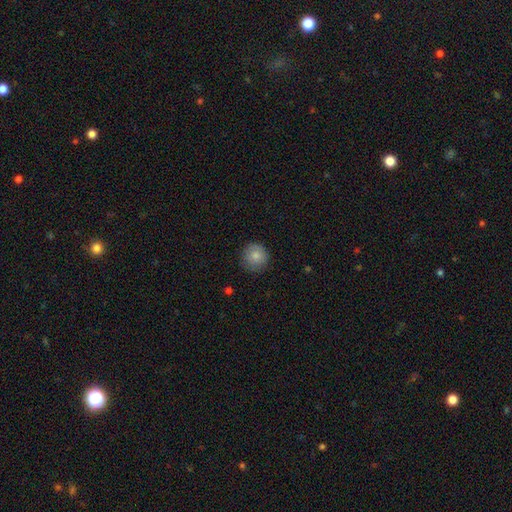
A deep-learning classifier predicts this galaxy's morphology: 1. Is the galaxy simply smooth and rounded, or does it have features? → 82% smooth, 10% featured or disk, 8% star or artifact.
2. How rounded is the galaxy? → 94% round, 6% in between, 1% cigar-shaped.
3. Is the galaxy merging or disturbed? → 84% none, 12% minor disturbance, 3% major disturbance, 1% merger.